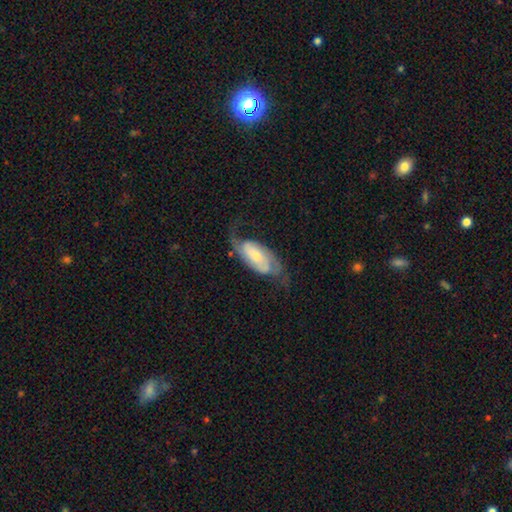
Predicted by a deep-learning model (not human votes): Smooth or featured? Predicted: featured or disk (p=0.76). Edge-on disk? Predicted: no (p=0.94). Bar? Predicted: no (p=0.50). Spiral arms? Predicted: yes (p=0.93). Spiral winding? Predicted: medium (p=0.40, tied with loose). Spiral arm count? Predicted: 2 (p=0.85). Bulge size? Predicted: small (p=0.48). Merging? Predicted: none (p=0.58).